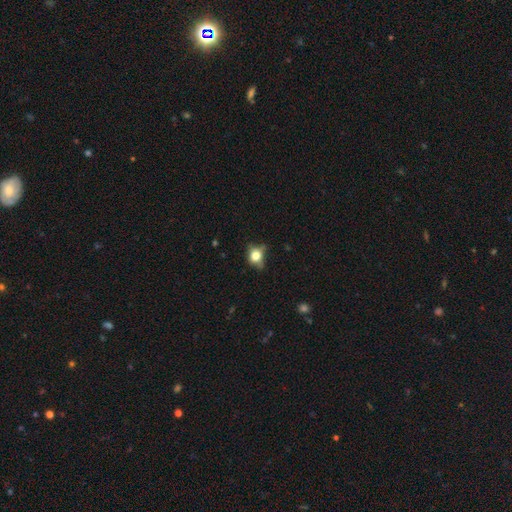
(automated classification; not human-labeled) smooth_or_featured: smooth (p=0.71) [alt: featured or disk p=0.17]
how_rounded: round (p=0.59) [alt: in between p=0.39]
merging: none (p=0.52) [alt: minor disturbance p=0.32]